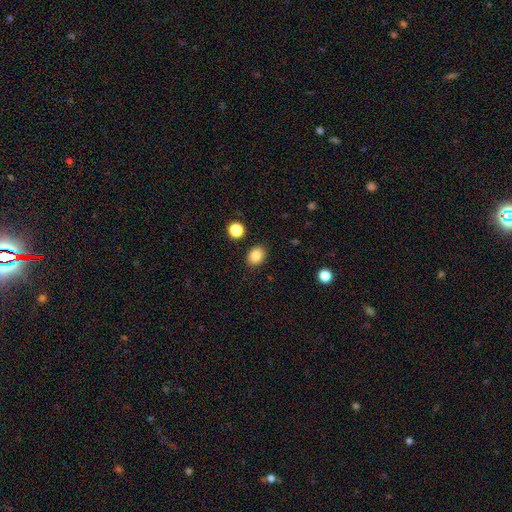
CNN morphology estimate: Q: Smooth or featured?
A: smooth (85%); runner-up: star or artifact (10%)
Q: How rounded?
A: in between (58%); runner-up: round (41%)
Q: Merging?
A: none (87%); runner-up: minor disturbance (8%)